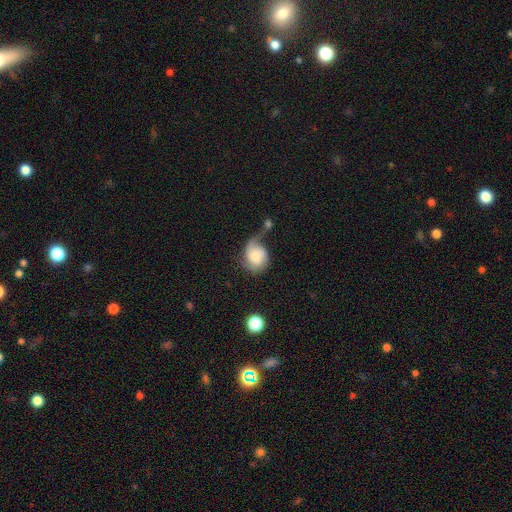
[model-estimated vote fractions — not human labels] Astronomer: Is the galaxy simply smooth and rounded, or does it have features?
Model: smooth — 51% (runner-up: featured or disk, 42%).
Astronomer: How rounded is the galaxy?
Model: round — 59% (runner-up: in between, 39%).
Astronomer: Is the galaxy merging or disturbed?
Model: major disturbance — 32% (runner-up: minor disturbance, 26%).